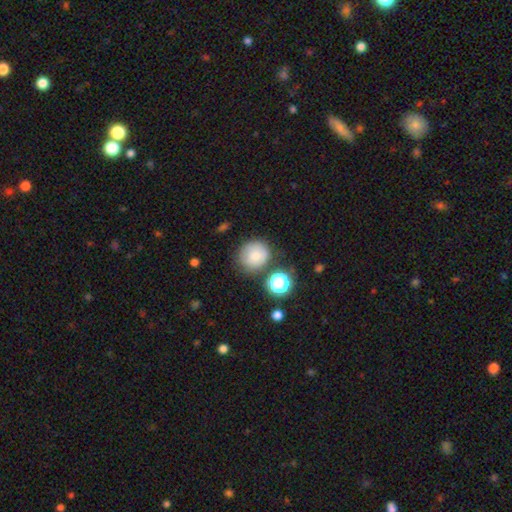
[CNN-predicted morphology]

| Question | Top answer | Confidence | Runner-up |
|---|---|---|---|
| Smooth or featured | smooth | 75% | featured or disk (13%) |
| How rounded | round | 87% | in between (12%) |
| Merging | none | 70% | minor disturbance (16%) |